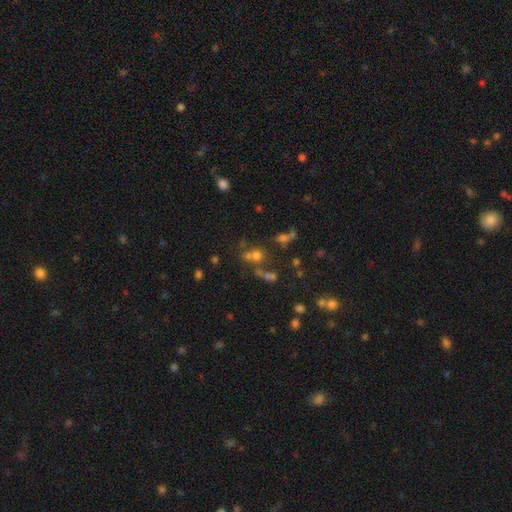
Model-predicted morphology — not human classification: smooth 53%, star or artifact 32%, featured or disk 15%. Down the decision tree: how rounded — round (83%); merging — none (54%).